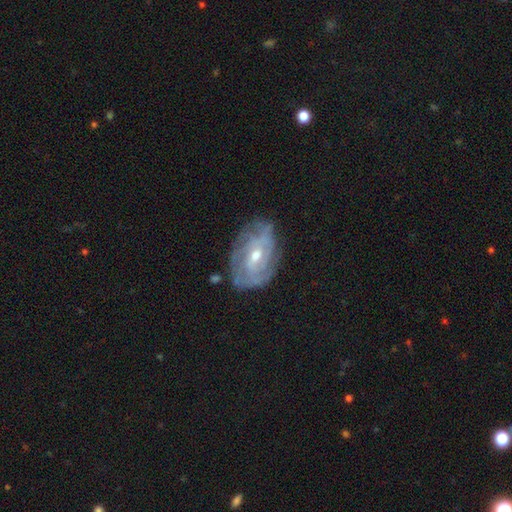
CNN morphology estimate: smooth-or-featured: featured or disk: 80% | smooth: 14% | star or artifact: 6%
  disk-edge-on: no: 95% | yes: 5%
    bar: weak: 47% | no: 41% | strong: 12%
    has-spiral-arms: yes: 86% | no: 14%
      spiral-winding: tight: 60% | medium: 29% | loose: 10%
      spiral-arm-count: can't tell: 47% | 2: 20% | 3: 15% | 4: 9% | 1: 4% | more than 4: 4%
    bulge-size: moderate: 56% | small: 40% | large: 2% | none: 1% | dominant: 1%
  merging: none: 68% | minor disturbance: 22% | major disturbance: 7% | merger: 2%